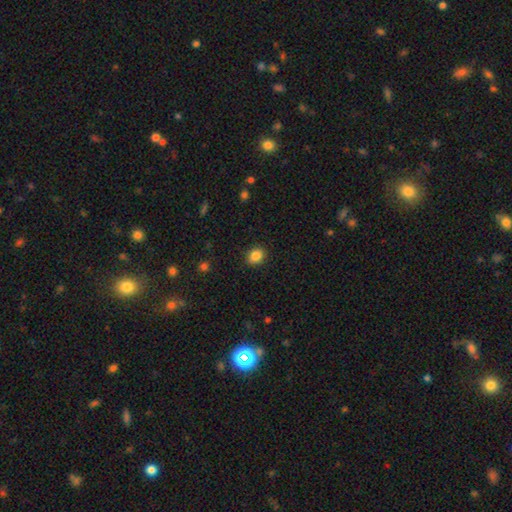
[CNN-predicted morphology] This appears to be a smooth galaxy with no disk features (86%) that is in between round and cigar-shaped (50%). Merging: none (89%).